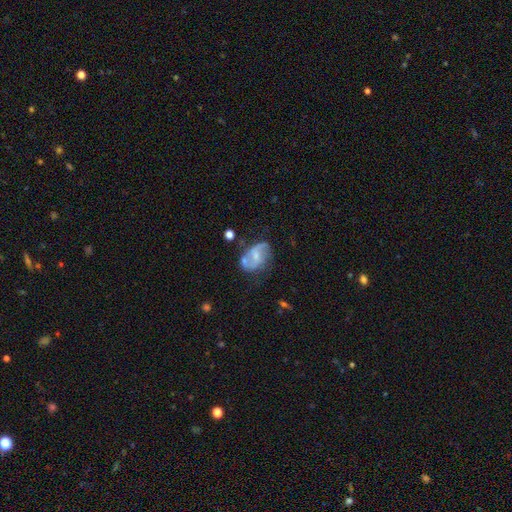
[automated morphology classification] Overall: featured or disk (67%). Edge-on disk: no (97%). Bar: weak (45%; no 39%). Spiral arms: yes (80%). Spiral arm count: 2 (82%). Spiral winding: loose (49%; medium 38%). Bulge size: small (48%; moderate 36%). Merging: none (51%; minor disturbance 25%).